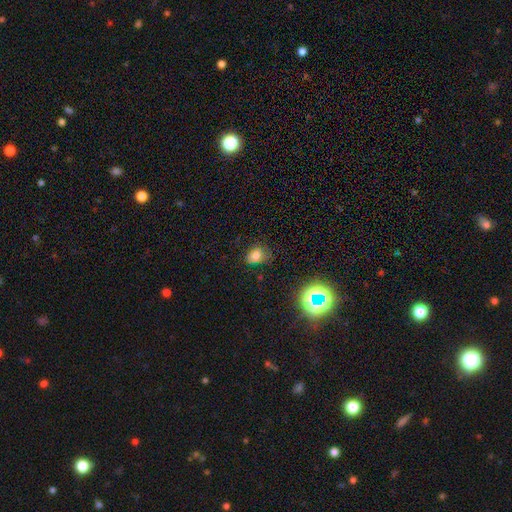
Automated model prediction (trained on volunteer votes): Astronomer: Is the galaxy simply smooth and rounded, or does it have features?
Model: smooth — 73%.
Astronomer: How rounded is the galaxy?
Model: in between — 63%.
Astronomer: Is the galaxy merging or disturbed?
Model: none — 65%.